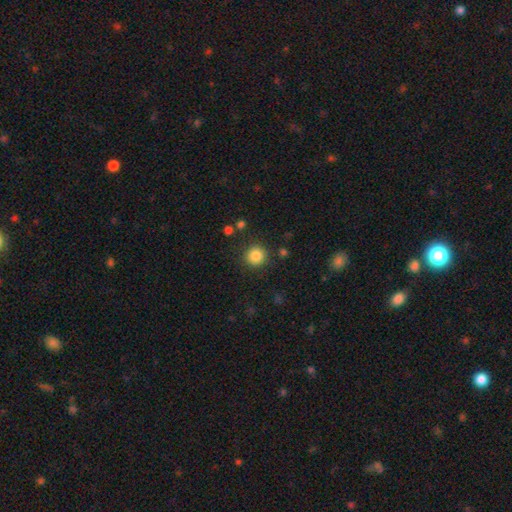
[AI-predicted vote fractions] Q: Smooth or featured?
A: smooth (86%); runner-up: star or artifact (10%)
Q: How rounded?
A: round (93%); runner-up: in between (6%)
Q: Merging?
A: none (88%); runner-up: minor disturbance (7%)